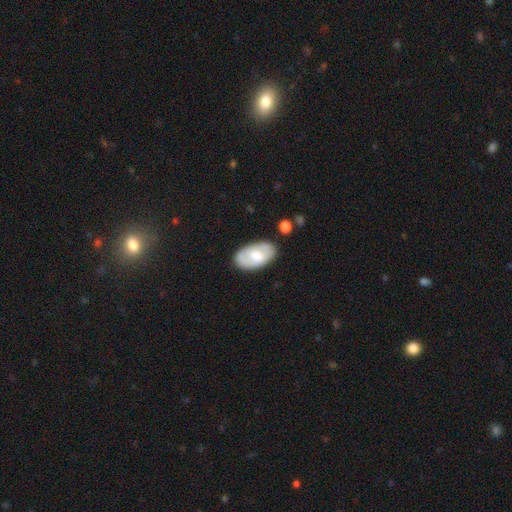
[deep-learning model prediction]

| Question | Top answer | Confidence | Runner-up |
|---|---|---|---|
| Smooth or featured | smooth | 62% | featured or disk (33%) |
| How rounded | in between | 95% | round (4%) |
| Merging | none | 81% | minor disturbance (13%) |